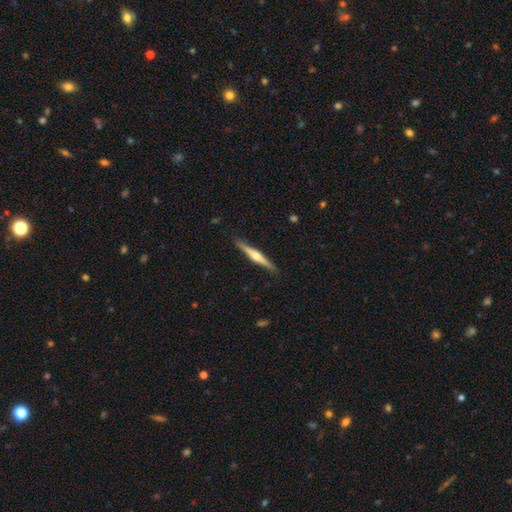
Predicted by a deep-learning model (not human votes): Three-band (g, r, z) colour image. It shows a featured or disk galaxy (71%) viewed edge-on (98%) with a rounded central bulge (90%). Merging: none (90%).